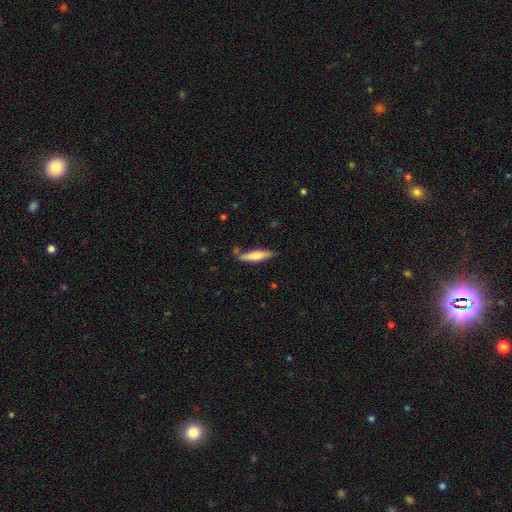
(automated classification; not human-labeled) Smooth or featured? smooth (68%)
How rounded? cigar-shaped (75%)
Merging? none (76%)